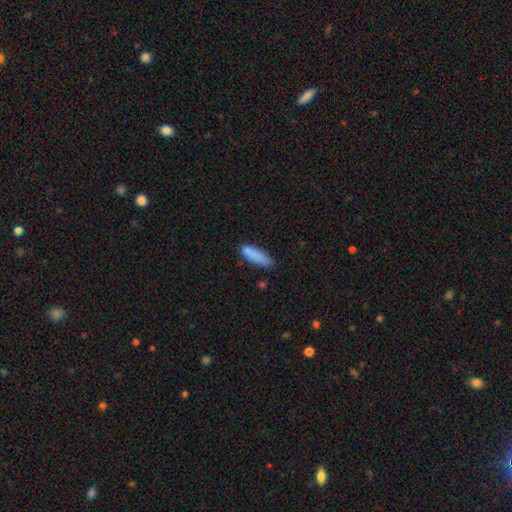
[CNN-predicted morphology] This appears to be a smooth galaxy with no disk features (85%) that is cigar-shaped (58%). Merging: none (69%).